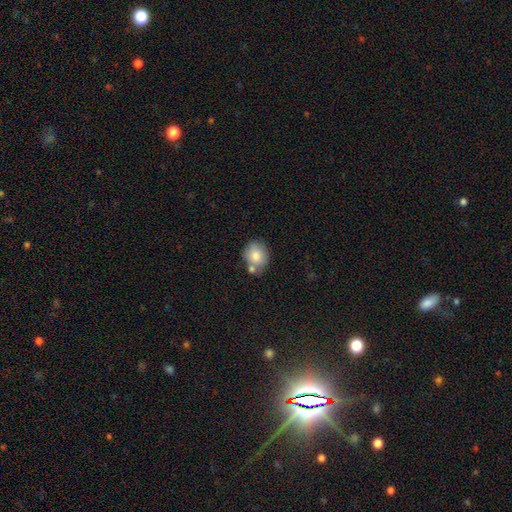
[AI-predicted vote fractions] The model was most divided on "merging": none: 58%, merger: 23%, minor disturbance: 15%, major disturbance: 4%. More confident: smooth or featured — smooth (80%); how rounded — round (70%).